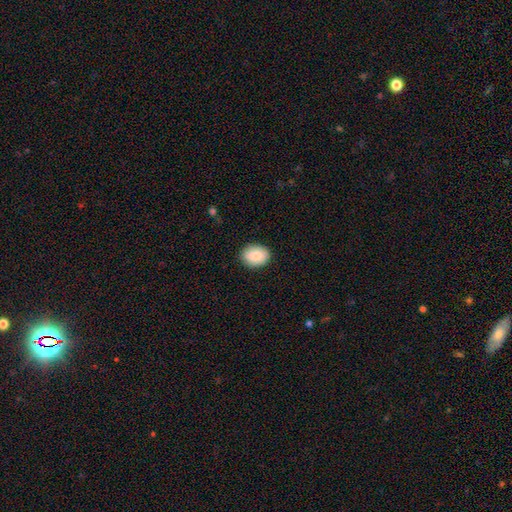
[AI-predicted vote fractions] Smooth or featured?
  - smooth: 87% *
  - featured or disk: 7%
  - star or artifact: 7%
How rounded?
  - in between: 64% *
  - round: 35%
  - cigar-shaped: 1%
Merging?
  - none: 88% *
  - minor disturbance: 9%
  - major disturbance: 2%
  - merger: 1%